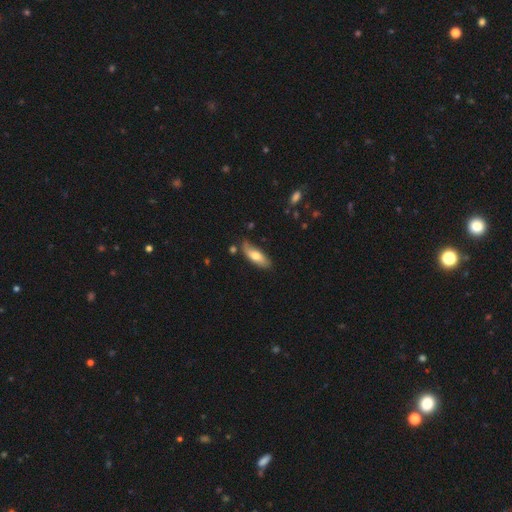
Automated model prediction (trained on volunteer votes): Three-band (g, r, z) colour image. It shows a smooth galaxy with no disk features (66%) that is in between round and cigar-shaped (68%). Merging: none (68%).